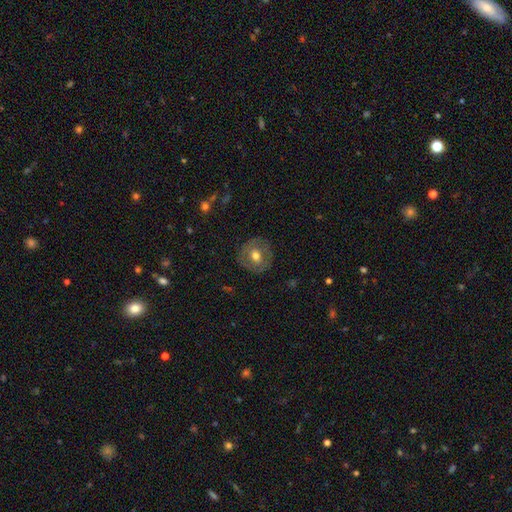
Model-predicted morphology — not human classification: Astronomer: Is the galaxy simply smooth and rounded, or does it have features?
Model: smooth — 50% (runner-up: featured or disk, 42%).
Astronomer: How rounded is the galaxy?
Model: round — 88%.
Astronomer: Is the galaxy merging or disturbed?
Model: none — 84%.